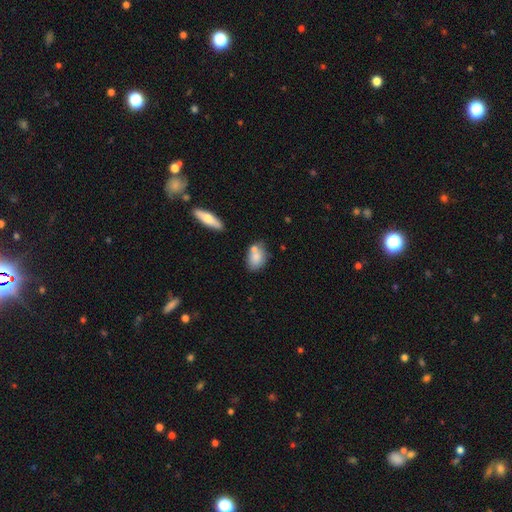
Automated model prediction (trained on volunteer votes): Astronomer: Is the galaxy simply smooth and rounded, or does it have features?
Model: smooth — 78%.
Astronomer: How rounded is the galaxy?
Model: in between — 81%.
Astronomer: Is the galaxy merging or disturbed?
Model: none — 53%.